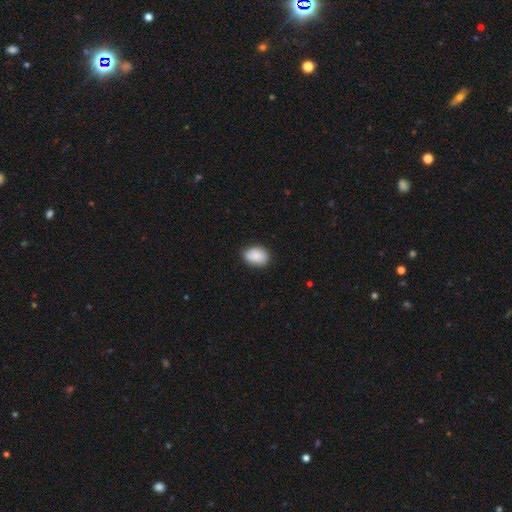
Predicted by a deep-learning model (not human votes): A smooth galaxy with no disk features (83%) that is in between round and cigar-shaped (77%).

Vote fractions:
- Smooth or featured? smooth: 83% / featured or disk: 10% / star or artifact: 7%
- How rounded? in between: 77% / round: 22% / cigar-shaped: 1%
- Merging? none: 80% / minor disturbance: 16% / major disturbance: 3% / merger: 1%